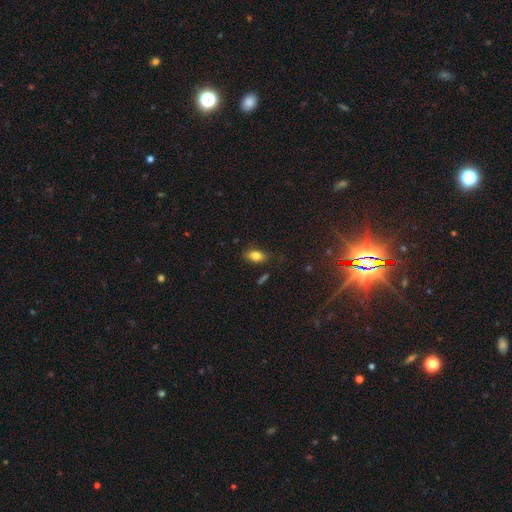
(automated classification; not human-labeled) Morphology: type=smooth (81%); roundness=in between (88%); merging=none (82%).